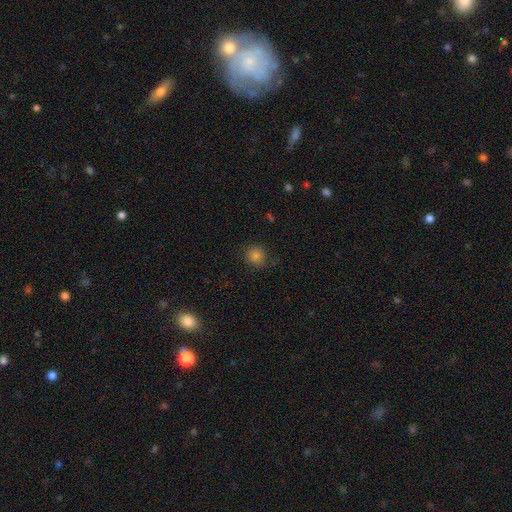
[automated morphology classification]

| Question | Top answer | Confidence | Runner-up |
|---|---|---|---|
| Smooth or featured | smooth | 80% | star or artifact (14%) |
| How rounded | round | 88% | in between (11%) |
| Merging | none | 83% | minor disturbance (13%) |